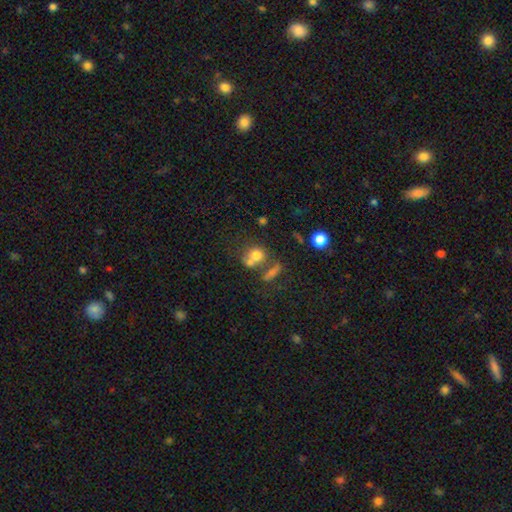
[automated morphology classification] Overall: smooth (45%; star or artifact 41%). Merging: none (49%; merger 32%).